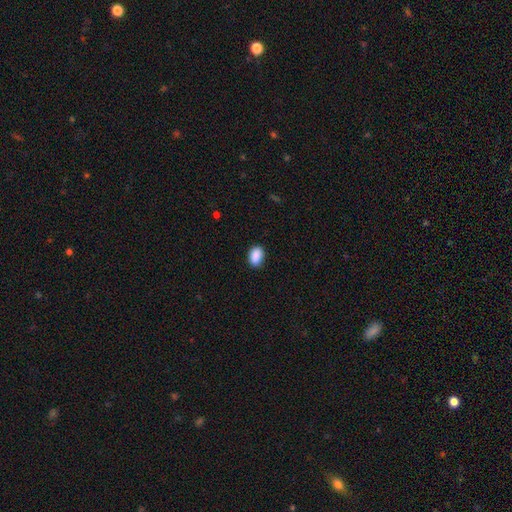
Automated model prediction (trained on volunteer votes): Smooth or featured?
  - smooth: 90% *
  - star or artifact: 7%
  - featured or disk: 3%
How rounded?
  - in between: 86% *
  - round: 13%
  - cigar-shaped: 1%
Merging?
  - none: 85% *
  - minor disturbance: 11%
  - major disturbance: 2%
  - merger: 1%